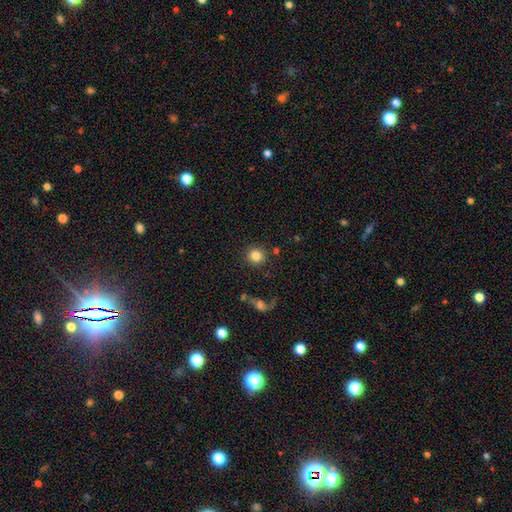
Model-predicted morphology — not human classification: smooth-or-featured: smooth: 83% | star or artifact: 10% | featured or disk: 7%
  how-rounded: round: 93% | in between: 6% | cigar-shaped: 1%
  merging: none: 86% | minor disturbance: 7% | merger: 4% | major disturbance: 3%